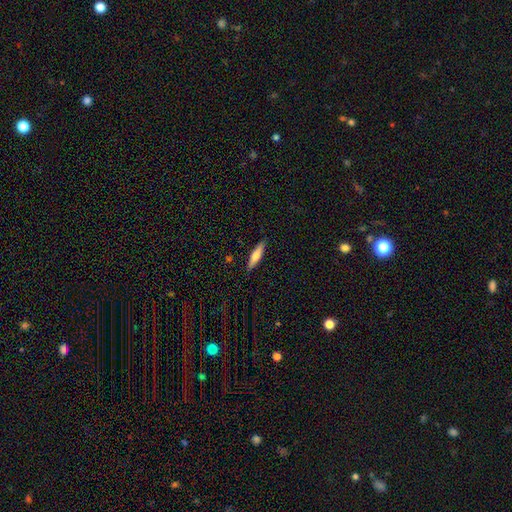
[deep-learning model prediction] Morphology: type=smooth (64%); roundness=cigar-shaped (76%); merging=none (88%).